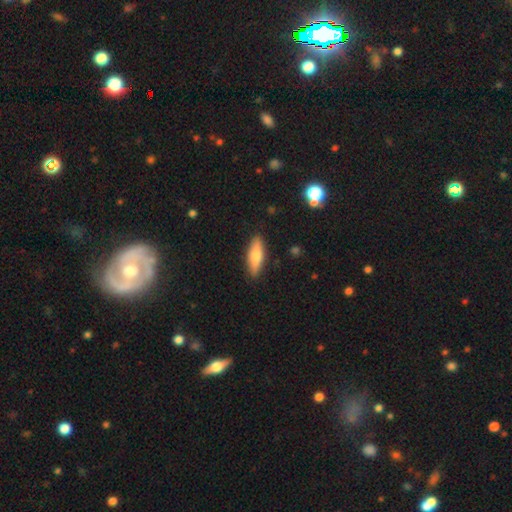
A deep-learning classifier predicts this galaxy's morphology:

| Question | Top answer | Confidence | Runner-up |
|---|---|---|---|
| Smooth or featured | smooth | 69% | featured or disk (25%) |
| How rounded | cigar-shaped | 53% | in between (45%) |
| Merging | none | 88% | minor disturbance (9%) |